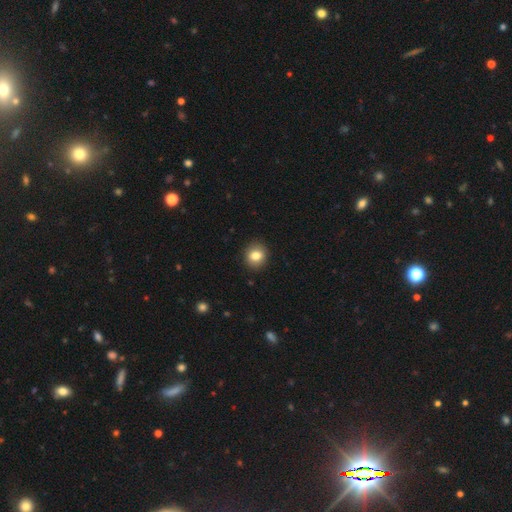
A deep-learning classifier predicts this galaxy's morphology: The model was most divided on "how rounded": round: 79%, in between: 20%, cigar-shaped: 1%. More confident: merging — none (90%); smooth or featured — smooth (82%).